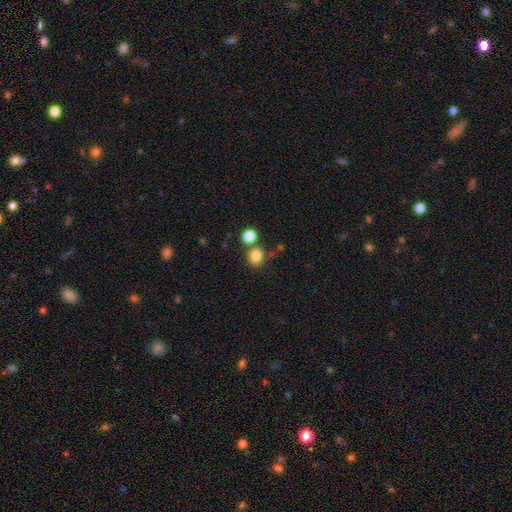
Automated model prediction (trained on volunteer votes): smooth-or-featured: smooth: 83% | star or artifact: 12% | featured or disk: 5%
  how-rounded: round: 84% | in between: 15% | cigar-shaped: 1%
  merging: none: 68% | merger: 19% | minor disturbance: 9% | major disturbance: 3%